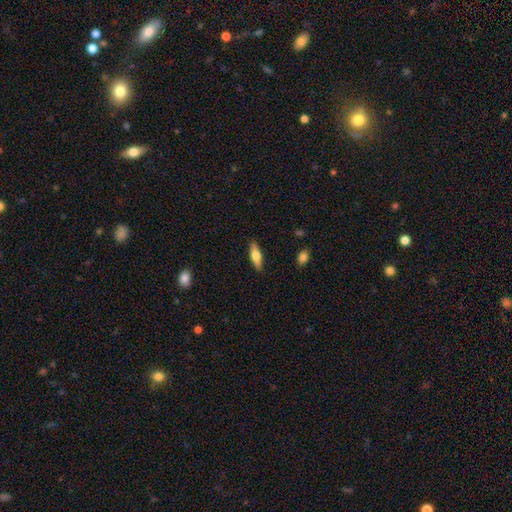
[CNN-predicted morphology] Q: Smooth or featured?
A: smooth (55%); runner-up: featured or disk (39%)
Q: How rounded?
A: cigar-shaped (50%); runner-up: in between (47%)
Q: Merging?
A: none (88%); runner-up: minor disturbance (9%)